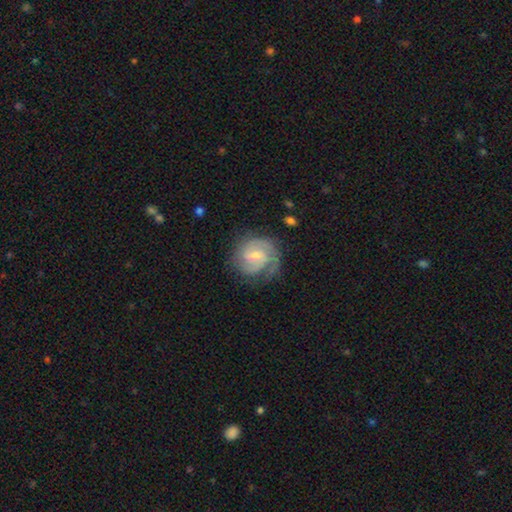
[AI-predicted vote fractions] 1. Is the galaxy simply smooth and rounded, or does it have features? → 85% featured or disk, 11% smooth, 5% star or artifact.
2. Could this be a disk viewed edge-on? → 98% no, 2% yes.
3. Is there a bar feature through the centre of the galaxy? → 52% weak, 38% no, 10% strong.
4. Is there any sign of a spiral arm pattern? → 97% yes, 3% no.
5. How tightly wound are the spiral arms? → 53% tight, 38% medium, 9% loose.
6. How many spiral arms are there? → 49% 2, 23% 3, 15% can't tell, 6% 1, 4% 4, 3% more than 4.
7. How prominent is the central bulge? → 53% small, 42% moderate, 2% none, 2% large, 1% dominant.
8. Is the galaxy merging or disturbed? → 69% none, 20% minor disturbance, 10% major disturbance, 2% merger.